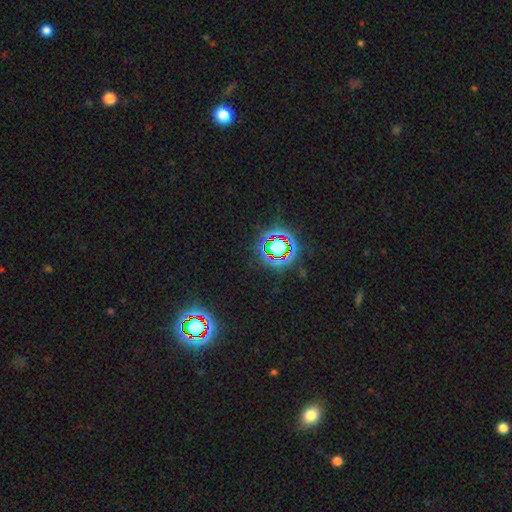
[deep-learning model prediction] A star or artifact, not a galaxy (81%).